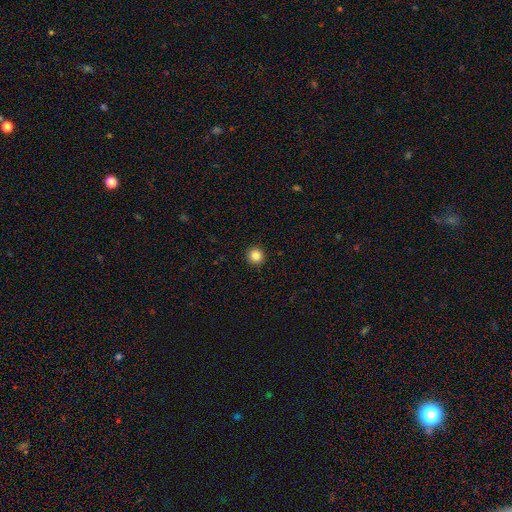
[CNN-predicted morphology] smooth-or-featured: smooth: 85% | star or artifact: 11% | featured or disk: 5%
  how-rounded: round: 95% | in between: 4% | cigar-shaped: 1%
  merging: none: 93% | minor disturbance: 4% | major disturbance: 1% | merger: 1%